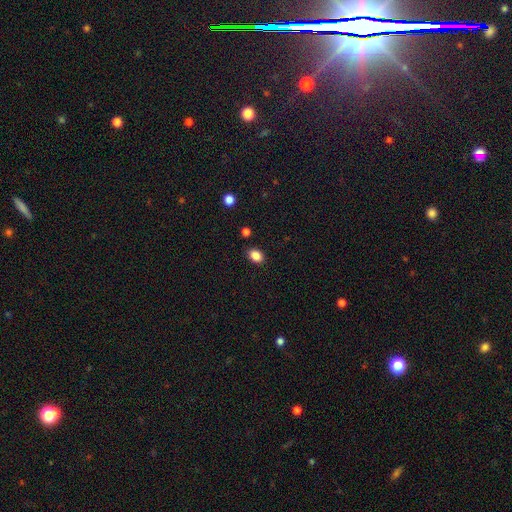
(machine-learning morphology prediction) The model was most divided on "how rounded": in between: 74%, round: 25%, cigar-shaped: 1%. More confident: merging — none (87%); smooth or featured — smooth (86%).